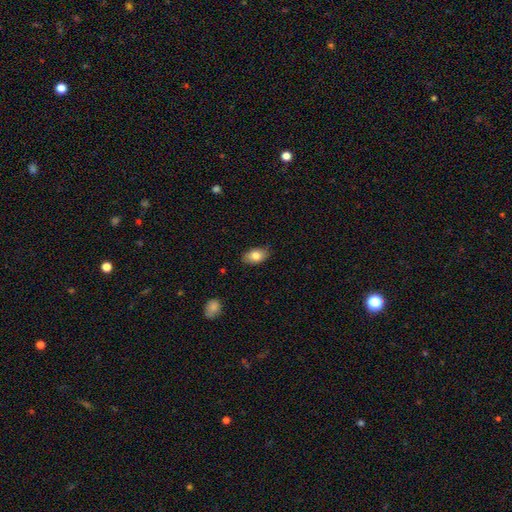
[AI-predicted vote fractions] A smooth galaxy with no disk features (81%) that is in between round and cigar-shaped (89%).

Vote fractions:
- Smooth or featured? smooth: 81% / featured or disk: 12% / star or artifact: 7%
- How rounded? in between: 89% / round: 9% / cigar-shaped: 2%
- Merging? none: 80% / minor disturbance: 17% / major disturbance: 3% / merger: 1%